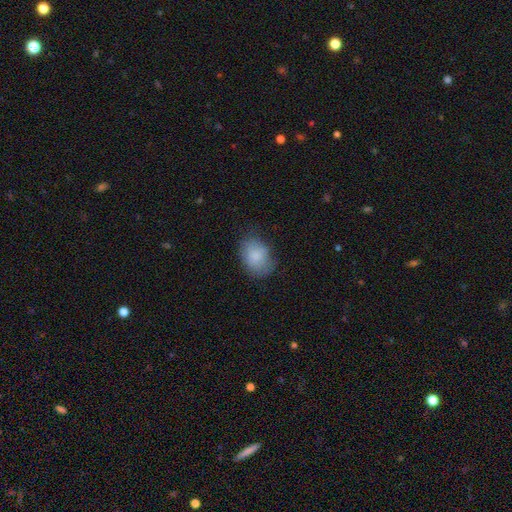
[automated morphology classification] Smooth or featured? Predicted: smooth (p=0.83). How rounded? Predicted: in between (p=0.66). Merging? Predicted: none (p=0.66).